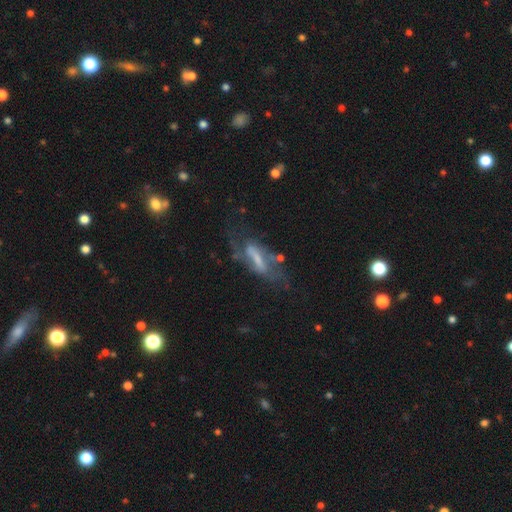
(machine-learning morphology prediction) Smooth or featured? Predicted: featured or disk (p=0.70). Edge-on disk? Predicted: no (p=0.77). Bar? Predicted: strong (p=0.52). Spiral arms? Predicted: yes (p=0.73). Bulge size? Predicted: small (p=0.33). Merging? Predicted: none (p=0.50).